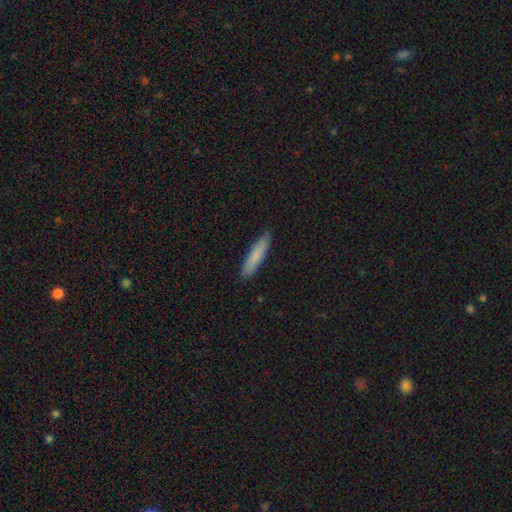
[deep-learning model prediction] Smooth or featured?
  - smooth: 83% *
  - featured or disk: 11%
  - star or artifact: 6%
How rounded?
  - cigar-shaped: 87% *
  - in between: 12%
  - round: 1%
Merging?
  - none: 90% *
  - minor disturbance: 8%
  - major disturbance: 2%
  - merger: 1%